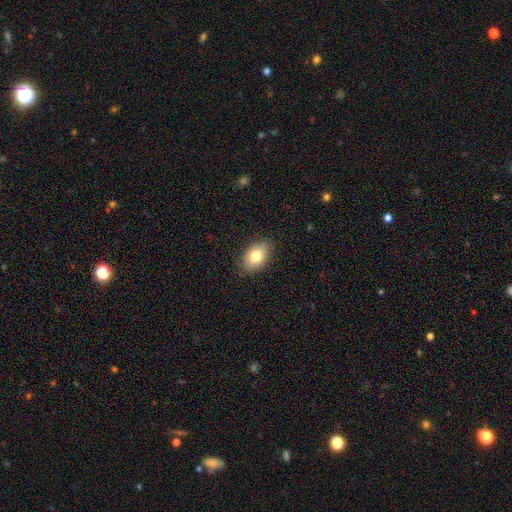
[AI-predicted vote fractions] Q: Smooth or featured?
A: smooth (80%); runner-up: featured or disk (13%)
Q: How rounded?
A: in between (88%); runner-up: round (11%)
Q: Merging?
A: none (85%); runner-up: minor disturbance (11%)